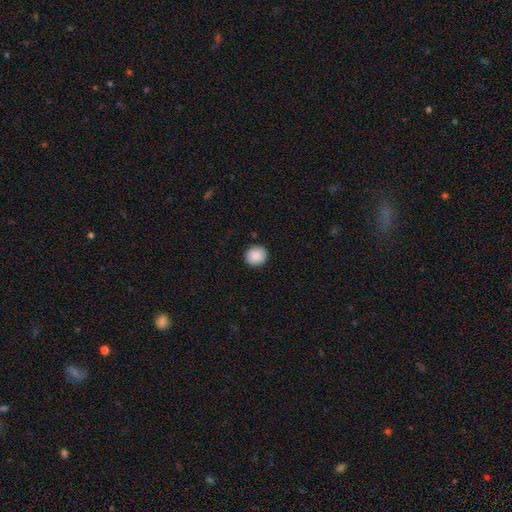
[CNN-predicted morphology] Smooth or featured? smooth (89%)
How rounded? round (85%)
Merging? none (91%)